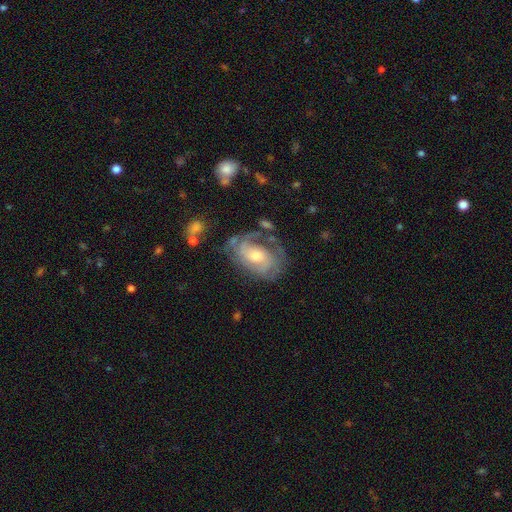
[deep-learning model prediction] Smooth or featured? Predicted: featured or disk (p=0.78). Edge-on disk? Predicted: no (p=0.96). Bar? Predicted: no (p=0.63). Spiral arms? Predicted: yes (p=0.90). Spiral winding? Predicted: tight (p=0.53). Spiral arm count? Predicted: 2 (p=0.42). Bulge size? Predicted: moderate (p=0.59). Merging? Predicted: none (p=0.61).